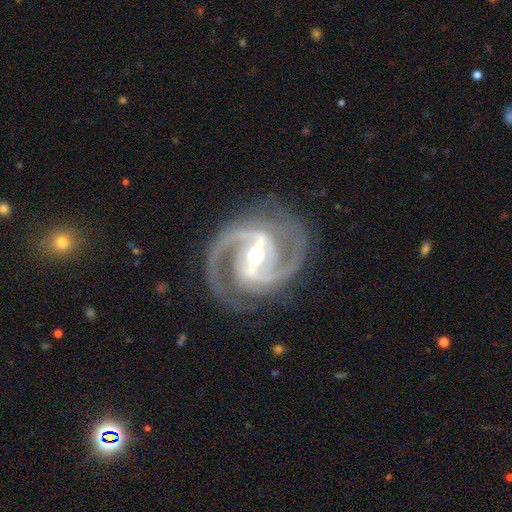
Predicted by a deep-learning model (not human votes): Smooth or featured? Predicted: featured or disk (p=0.94). Edge-on disk? Predicted: no (p=0.98). Bar? Predicted: strong (p=0.66). Spiral arms? Predicted: yes (p=0.99). Spiral winding? Predicted: medium (p=0.56). Spiral arm count? Predicted: 2 (p=0.89). Bulge size? Predicted: moderate (p=0.70). Merging? Predicted: none (p=0.81).